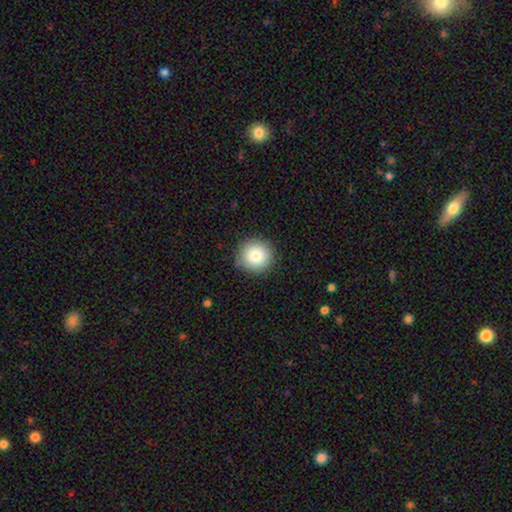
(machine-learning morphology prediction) A smooth galaxy with no disk features (83%) that is round (94%). Merging: none (88%).